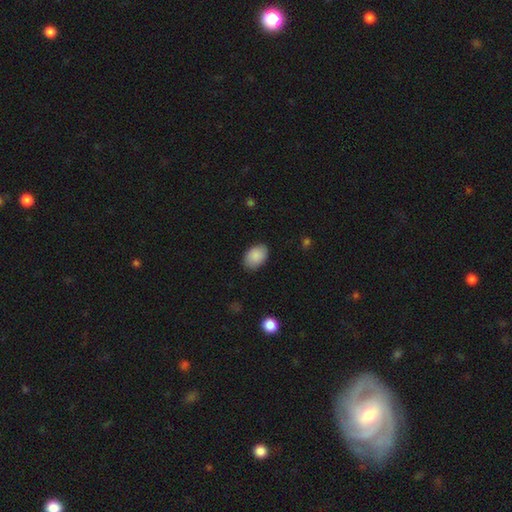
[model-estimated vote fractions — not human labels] Morphology: type=smooth (89%); roundness=in between (86%); merging=none (84%).